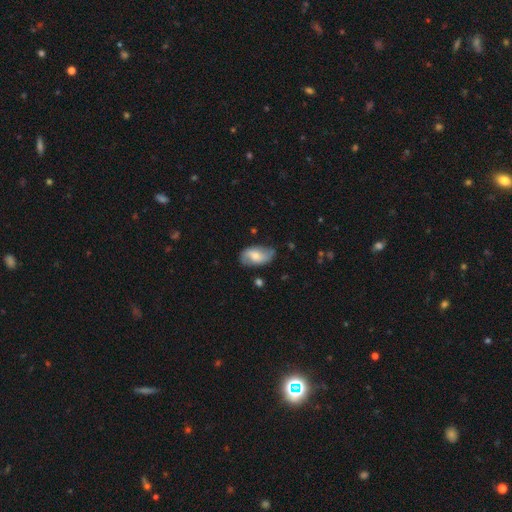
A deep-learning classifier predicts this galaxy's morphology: A smooth galaxy with no disk features (51%) that is in between round and cigar-shaped (92%). Merging: none (67%).